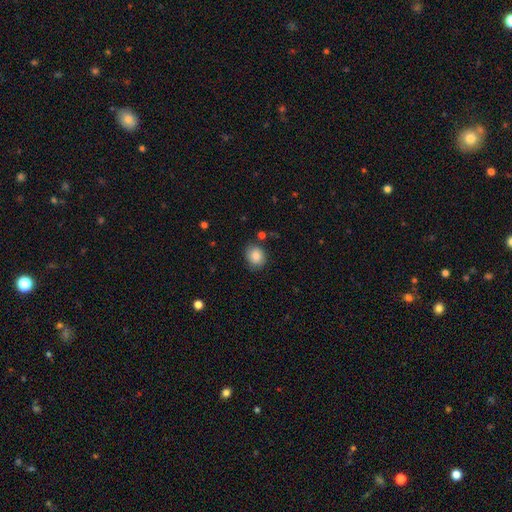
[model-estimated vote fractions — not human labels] Smooth or featured: smooth — 84% (star or artifact — 8%)
How rounded: round — 59% (in between — 40%)
Merging: none — 79% (minor disturbance — 14%)